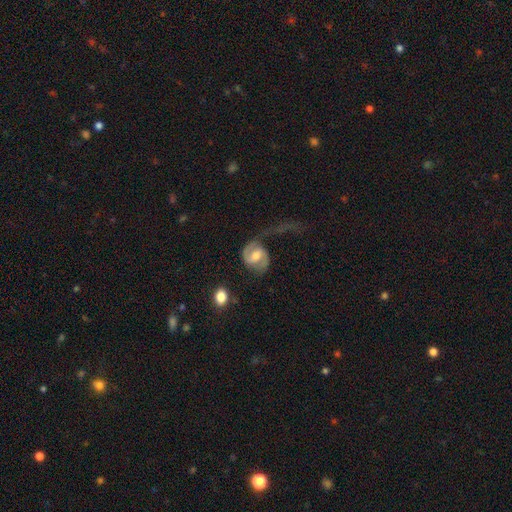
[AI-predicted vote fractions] Smooth or featured: featured or disk — 76% (smooth — 18%)
Edge-on disk: no — 97% (yes — 3%)
Bar: weak — 51% (strong — 25%)
Spiral arms: yes — 91% (no — 9%)
Spiral winding: medium — 44% (loose — 34%)
Spiral arm count: 2 — 81% (1 — 11%)
Bulge size: moderate — 64% (small — 17%)
Merging: none — 45% (major disturbance — 33%)